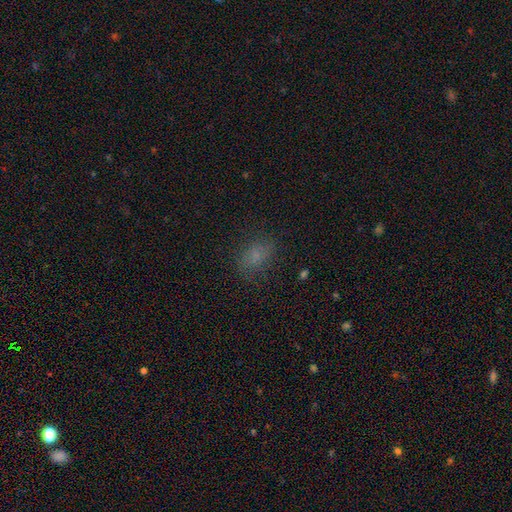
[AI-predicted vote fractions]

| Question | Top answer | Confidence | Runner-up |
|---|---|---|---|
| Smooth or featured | smooth | 71% | star or artifact (18%) |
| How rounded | in between | 74% | round (24%) |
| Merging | none | 76% | minor disturbance (16%) |